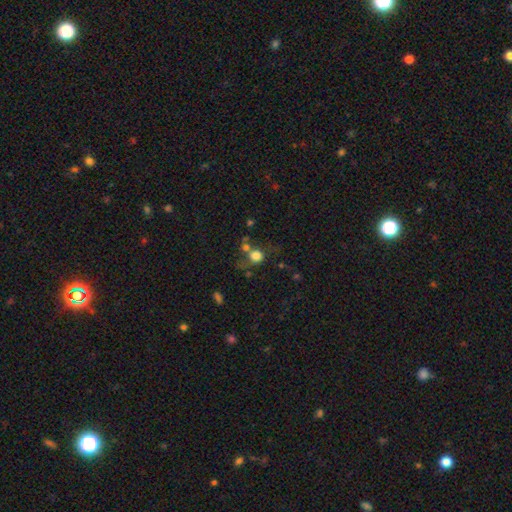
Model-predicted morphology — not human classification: smooth-or-featured: smooth: 76% | star or artifact: 13% | featured or disk: 11%
  how-rounded: round: 81% | in between: 18% | cigar-shaped: 1%
  merging: none: 46% | merger: 24% | minor disturbance: 16% | major disturbance: 14%